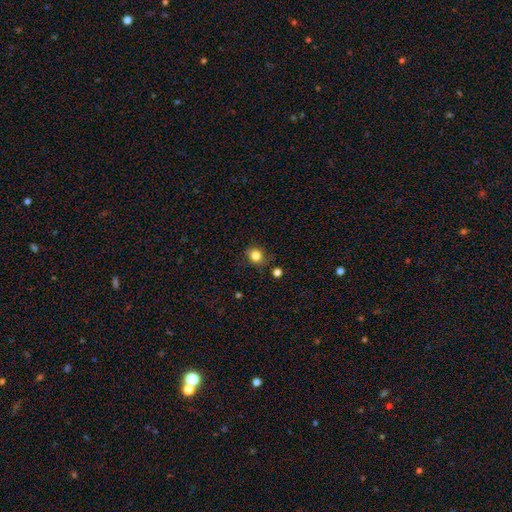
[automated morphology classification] Overall: smooth (83%). How rounded: round (75%). Merging: none (78%).